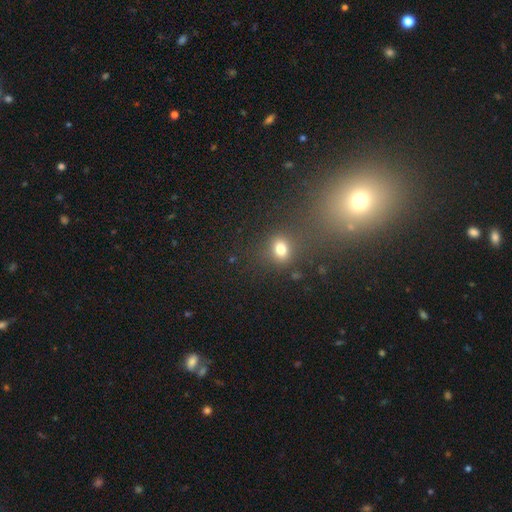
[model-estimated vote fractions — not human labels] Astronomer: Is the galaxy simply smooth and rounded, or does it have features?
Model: star or artifact — 50% (runner-up: smooth, 41%).